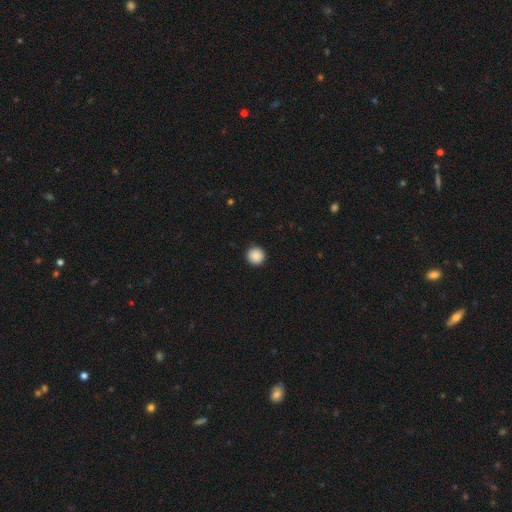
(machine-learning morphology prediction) Smooth or featured? smooth (89%)
How rounded? round (96%)
Merging? none (93%)